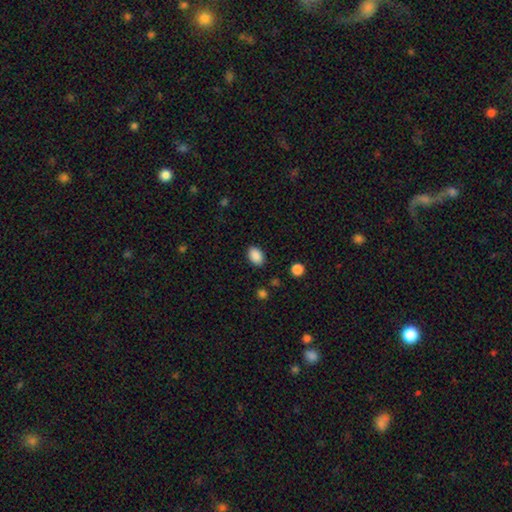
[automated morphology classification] Smooth or featured? smooth (89%)
How rounded? in between (84%)
Merging? none (87%)